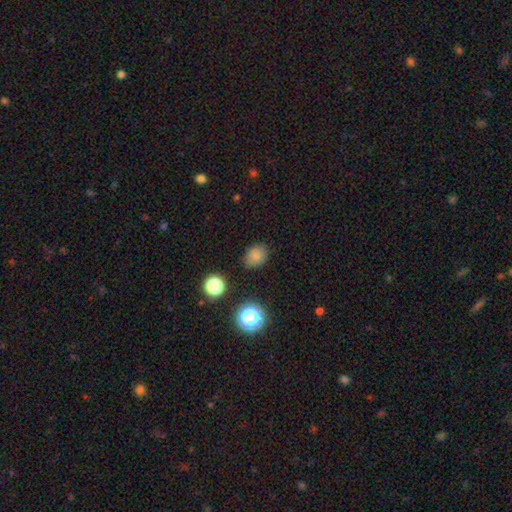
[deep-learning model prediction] Smooth or featured: smooth — 79% (star or artifact — 15%)
How rounded: in between — 53% (round — 46%)
Merging: none — 80% (minor disturbance — 14%)